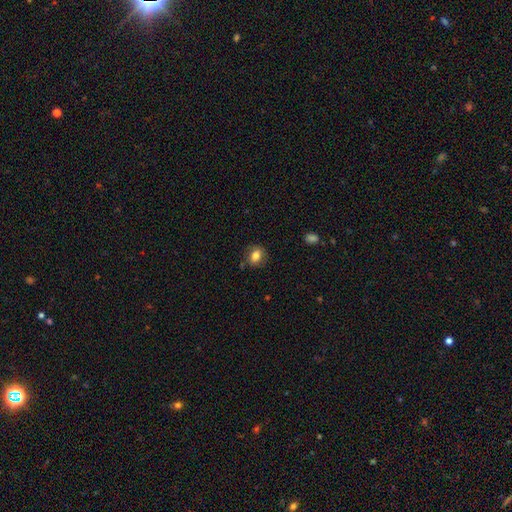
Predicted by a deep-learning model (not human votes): This is clearly a smooth galaxy (80%). How rounded: possibly round (53%). Merging: clearly none (82%).